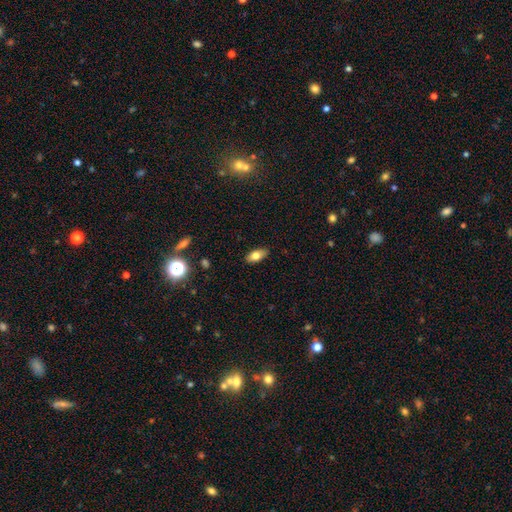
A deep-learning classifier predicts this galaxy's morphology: Smooth or featured? Predicted: smooth (p=0.76). How rounded? Predicted: in between (p=0.88). Merging? Predicted: none (p=0.85).